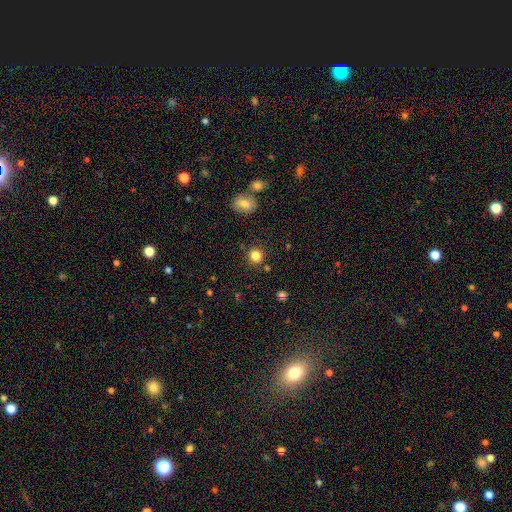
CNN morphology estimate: Smooth or featured? Predicted: smooth (p=0.83). How rounded? Predicted: round (p=0.85). Merging? Predicted: none (p=0.86).